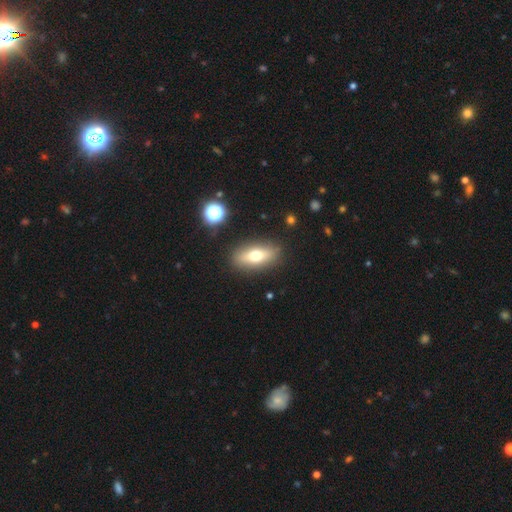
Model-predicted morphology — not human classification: type=smooth (64%); roundness=in between (73%); merging=none (86%).